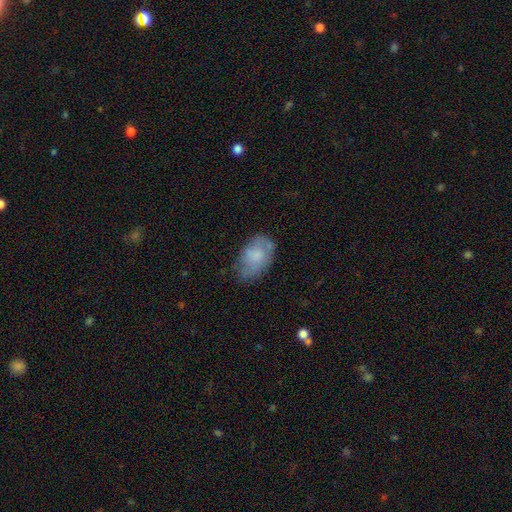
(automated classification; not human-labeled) Overall: smooth (64%; featured or disk 29%). How rounded: in between (91%). Merging: none (57%; minor disturbance 29%).